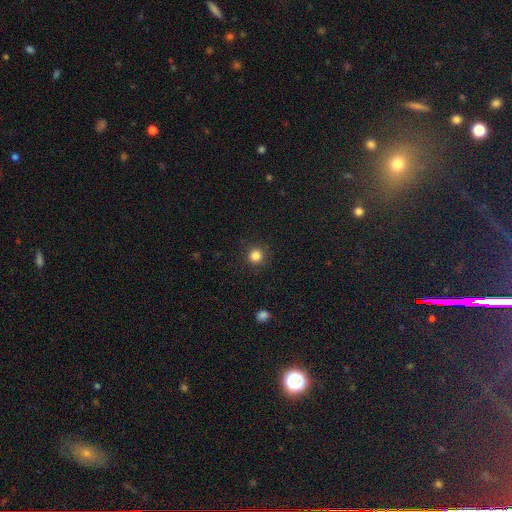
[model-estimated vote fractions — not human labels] Smooth or featured? smooth (84%)
How rounded? round (95%)
Merging? none (91%)